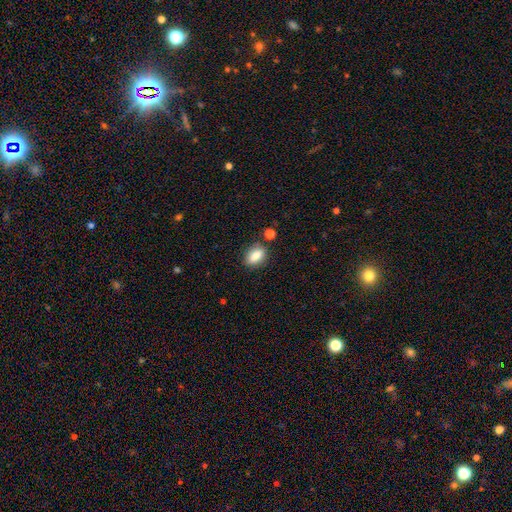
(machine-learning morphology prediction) smooth-or-featured: smooth: 85% | star or artifact: 8% | featured or disk: 7%
  how-rounded: in between: 84% | round: 13% | cigar-shaped: 3%
  merging: none: 80% | minor disturbance: 12% | merger: 5% | major disturbance: 3%